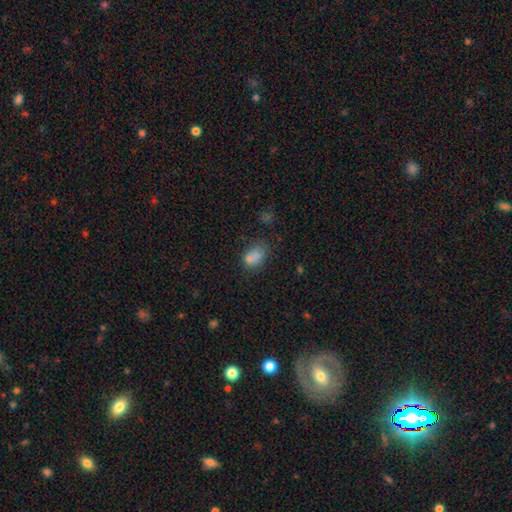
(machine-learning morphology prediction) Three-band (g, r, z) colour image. It shows a smooth galaxy with no disk features (76%) that is in between round and cigar-shaped (77%). Merging: none (49%).